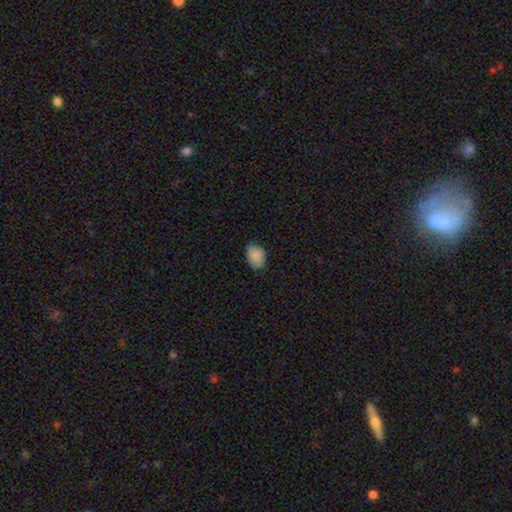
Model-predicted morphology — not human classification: The model was most divided on "how rounded": in between: 70%, round: 29%, cigar-shaped: 1%. More confident: smooth or featured — smooth (87%); merging — none (69%).